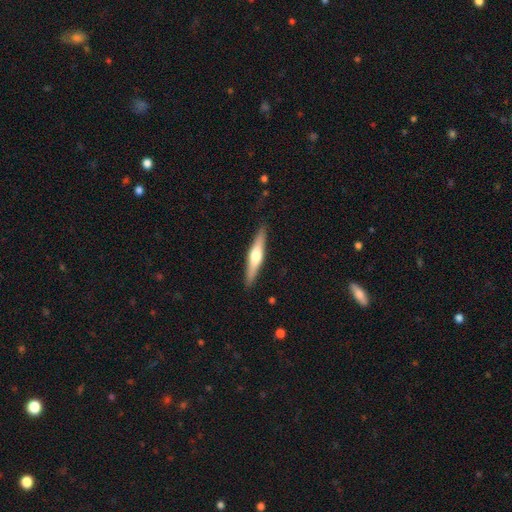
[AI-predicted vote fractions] Smooth or featured? featured or disk (59%)
Edge-on disk? yes (96%)
Edge-on bulge? rounded (91%)
Merging? none (89%)